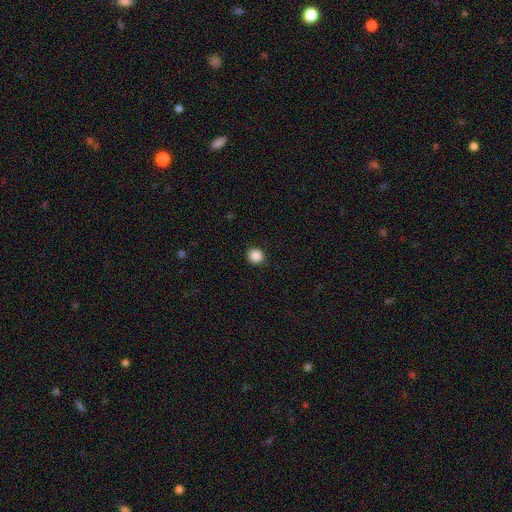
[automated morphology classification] Smooth or featured: smooth — 88% (star or artifact — 10%)
How rounded: round — 90% (in between — 9%)
Merging: none — 91% (minor disturbance — 6%)